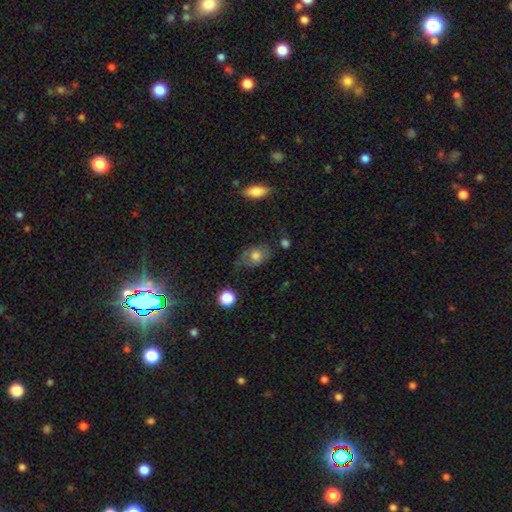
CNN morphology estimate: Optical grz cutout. It shows a smooth galaxy with no disk features (67%) that is in between round and cigar-shaped (74%). Merging: none (45%).